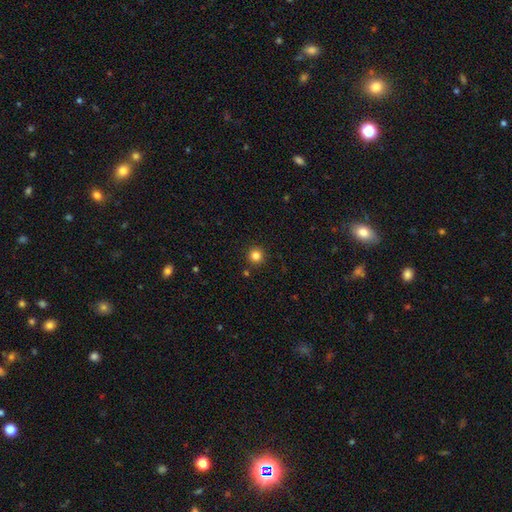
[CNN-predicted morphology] Smooth or featured? smooth (82%)
How rounded? round (96%)
Merging? none (91%)